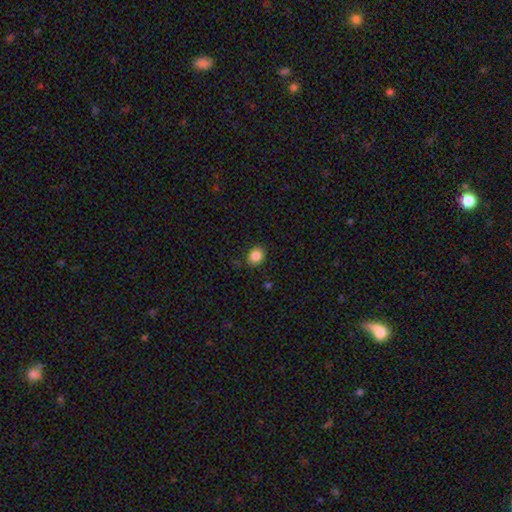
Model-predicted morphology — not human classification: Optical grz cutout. It shows a smooth galaxy with no disk features (86%) that is round (66%). Merging: none (87%).